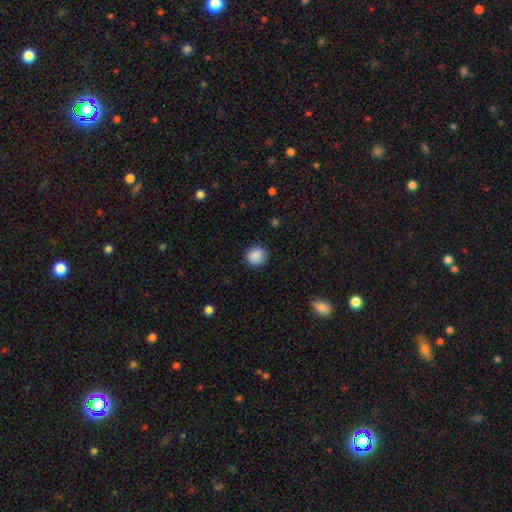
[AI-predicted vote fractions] Smooth or featured? Predicted: smooth (p=0.89). How rounded? Predicted: round (p=0.88). Merging? Predicted: none (p=0.90).